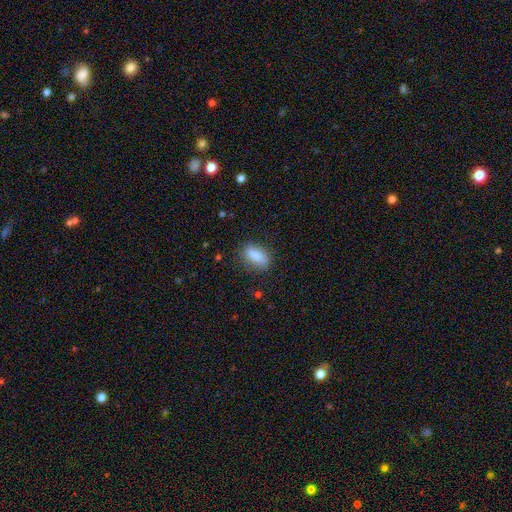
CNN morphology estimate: A smooth galaxy with no disk features (84%) that is in between round and cigar-shaped (82%).

Vote fractions:
- Smooth or featured? smooth: 84% / featured or disk: 8% / star or artifact: 8%
- How rounded? in between: 82% / cigar-shaped: 13% / round: 5%
- Merging? none: 78% / minor disturbance: 16% / major disturbance: 4% / merger: 2%